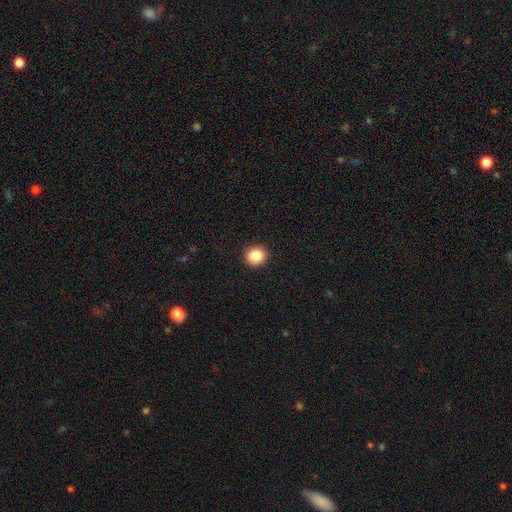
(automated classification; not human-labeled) The model was most divided on "smooth or featured": smooth: 86%, star or artifact: 10%, featured or disk: 5%. More confident: merging — none (93%); how rounded — round (93%).